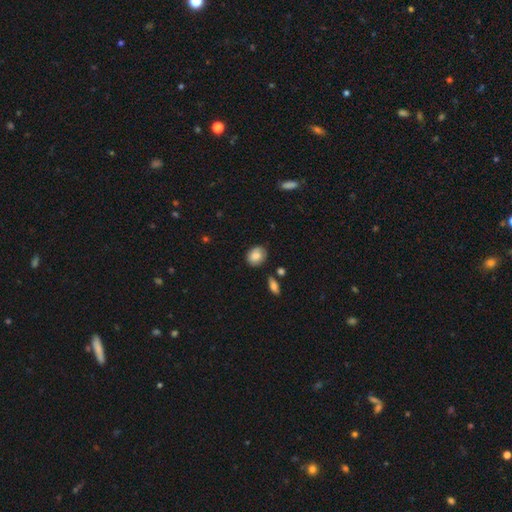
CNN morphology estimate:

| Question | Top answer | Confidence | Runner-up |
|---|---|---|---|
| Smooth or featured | smooth | 85% | star or artifact (7%) |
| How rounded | round | 58% | in between (41%) |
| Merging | none | 80% | minor disturbance (14%) |